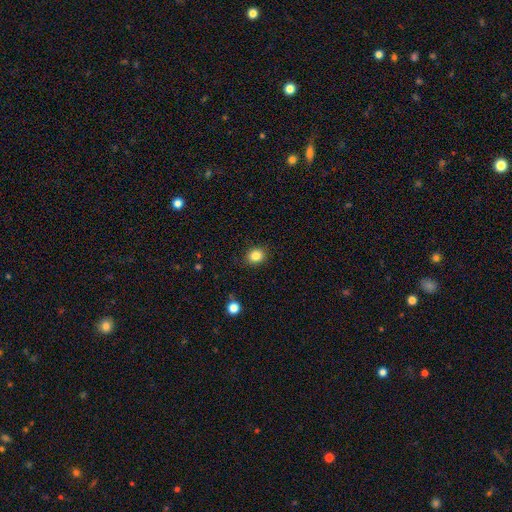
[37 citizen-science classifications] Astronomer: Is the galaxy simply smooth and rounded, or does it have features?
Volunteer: smooth — 81%.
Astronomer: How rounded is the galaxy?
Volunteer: round — 67%.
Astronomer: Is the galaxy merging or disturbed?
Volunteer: none — 94%.